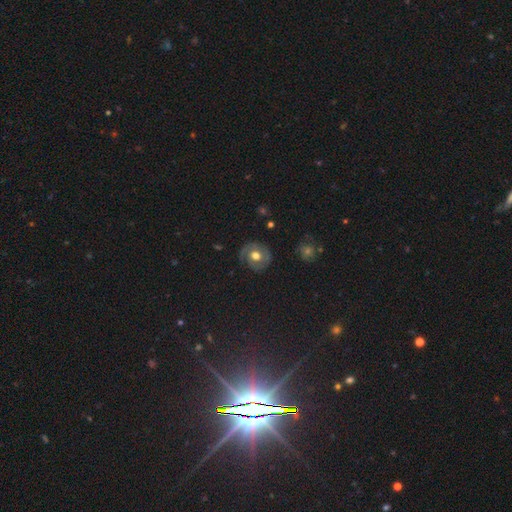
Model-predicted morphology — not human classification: Smooth or featured?
  - featured or disk: 54% *
  - smooth: 38%
  - star or artifact: 9%
Edge-on disk?
  - no: 97% *
  - yes: 3%
Bar?
  - no: 76% *
  - weak: 20%
  - strong: 4%
Spiral arms?
  - yes: 68% *
  - no: 32%
Bulge size?
  - moderate: 67% *
  - large: 26%
  - small: 4%
  - dominant: 2%
  - none: 1%
Merging?
  - none: 79% *
  - minor disturbance: 14%
  - major disturbance: 6%
  - merger: 1%